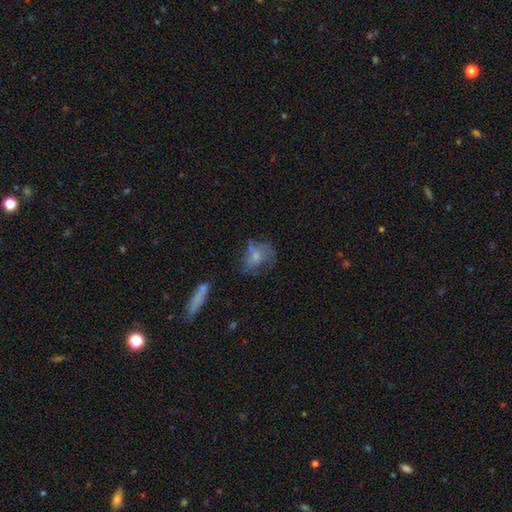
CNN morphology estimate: smooth-or-featured: smooth: 55% | featured or disk: 35% | star or artifact: 11%
  how-rounded: in between: 60% | round: 38% | cigar-shaped: 2%
  merging: none: 40% | minor disturbance: 25% | major disturbance: 24% | merger: 11%